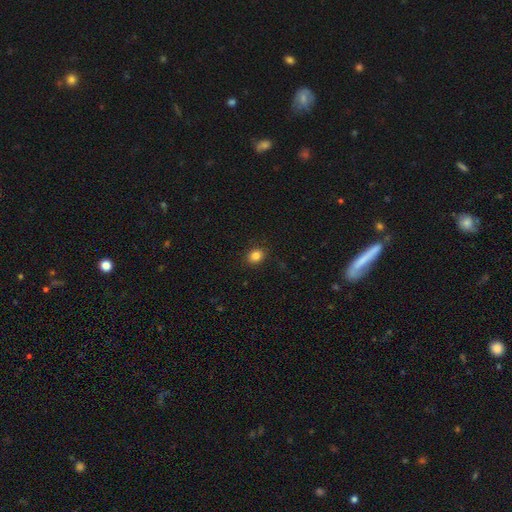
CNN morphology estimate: A smooth galaxy with no disk features (84%) that is round (61%).

Vote fractions:
- Smooth or featured? smooth: 84% / star or artifact: 11% / featured or disk: 5%
- How rounded? round: 61% / in between: 38% / cigar-shaped: 1%
- Merging? none: 89% / minor disturbance: 8% / major disturbance: 2% / merger: 1%